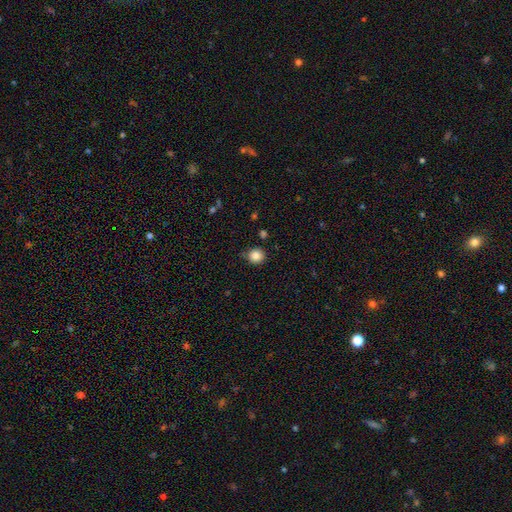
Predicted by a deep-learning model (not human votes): This is clearly a smooth galaxy (85%). How rounded: clearly round (91%). Merging: likely none (79%).